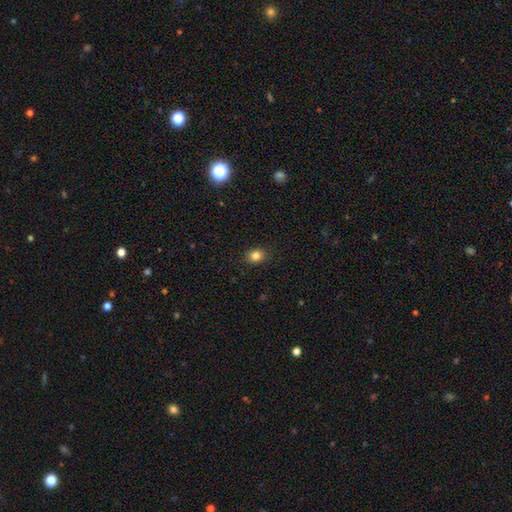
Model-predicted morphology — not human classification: smooth-or-featured: smooth: 83% | star or artifact: 11% | featured or disk: 5%
  how-rounded: round: 55% | in between: 44% | cigar-shaped: 1%
  merging: none: 89% | minor disturbance: 8% | major disturbance: 2% | merger: 1%